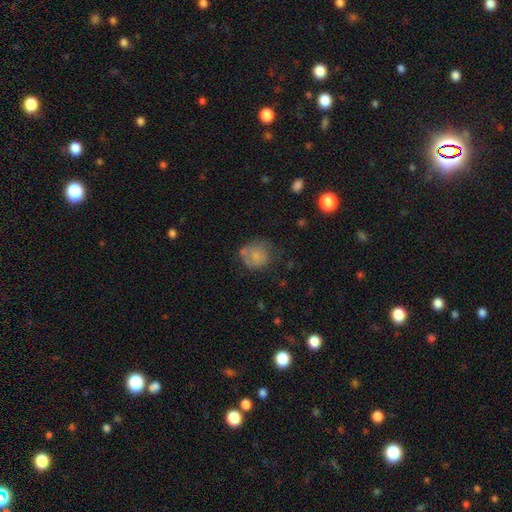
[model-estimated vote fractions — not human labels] Smooth or featured? Predicted: smooth (p=0.69). How rounded? Predicted: round (p=0.78). Merging? Predicted: none (p=0.50).